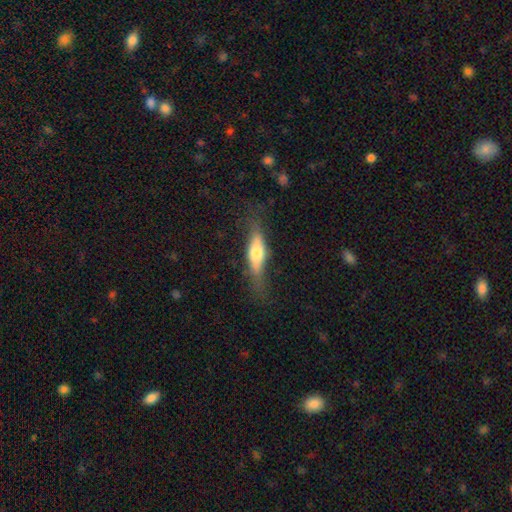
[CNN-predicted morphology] Smooth or featured?
  - smooth: 54% *
  - featured or disk: 40%
  - star or artifact: 7%
How rounded?
  - cigar-shaped: 55% *
  - in between: 42%
  - round: 3%
Merging?
  - none: 67% *
  - minor disturbance: 21%
  - major disturbance: 11%
  - merger: 2%